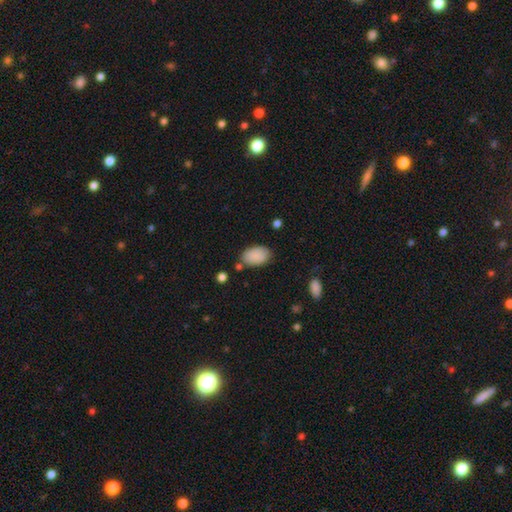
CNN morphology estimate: This appears to be a smooth galaxy with no disk features (89%) that is in between round and cigar-shaped (92%). Merging: none (77%).